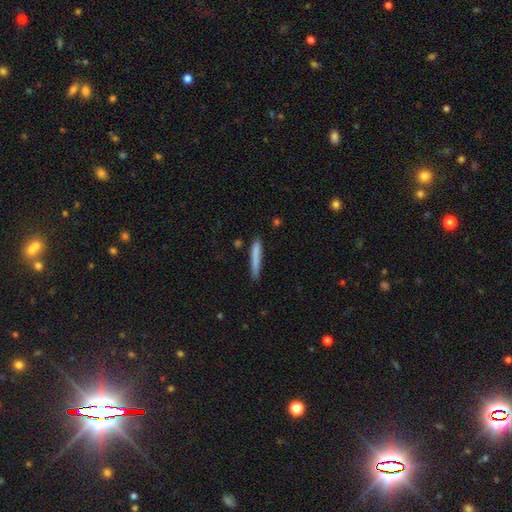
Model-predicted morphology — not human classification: smooth 79%, featured or disk 15%, star or artifact 6%. Down the decision tree: how rounded — cigar-shaped (95%); merging — none (82%).